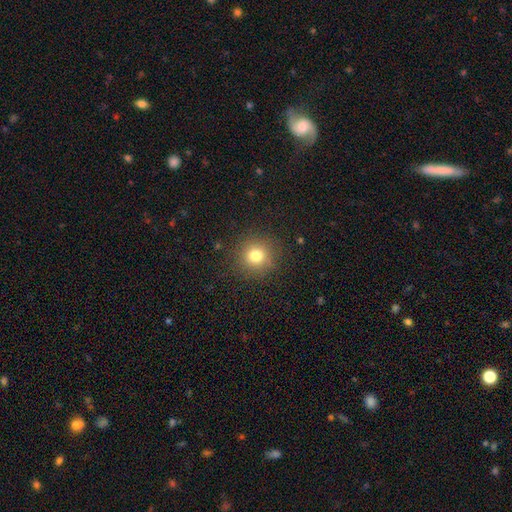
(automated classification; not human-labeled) smooth-or-featured: smooth: 78% | star or artifact: 14% | featured or disk: 8%
  how-rounded: round: 91% | in between: 8% | cigar-shaped: 1%
  merging: none: 88% | minor disturbance: 8% | major disturbance: 3% | merger: 1%